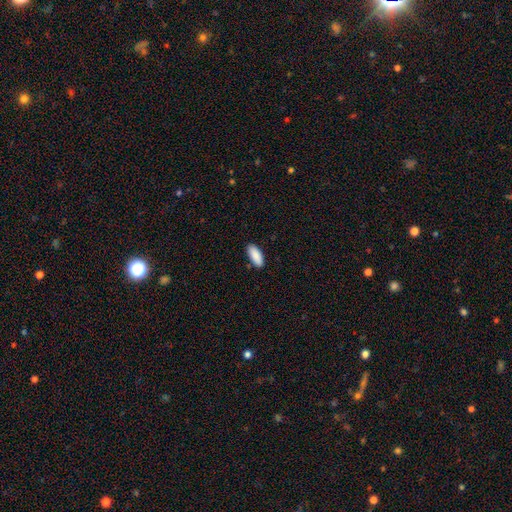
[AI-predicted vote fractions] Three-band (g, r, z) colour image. It shows a smooth galaxy with no disk features (90%) that is in between round and cigar-shaped (83%). Merging: none (87%).